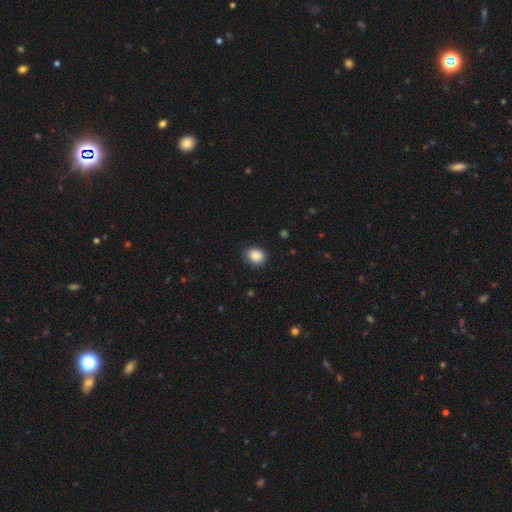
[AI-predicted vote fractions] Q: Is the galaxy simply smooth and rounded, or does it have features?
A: smooth — 88%.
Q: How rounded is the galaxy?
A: round — 62%.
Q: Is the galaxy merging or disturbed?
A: none — 86%.